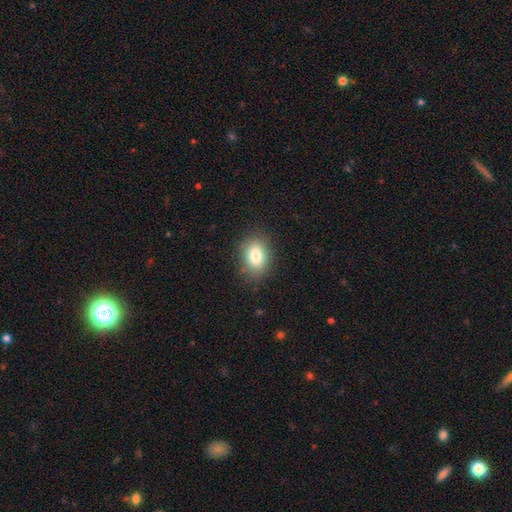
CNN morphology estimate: Overall: smooth (81%). How rounded: in between (72%). Merging: none (85%).